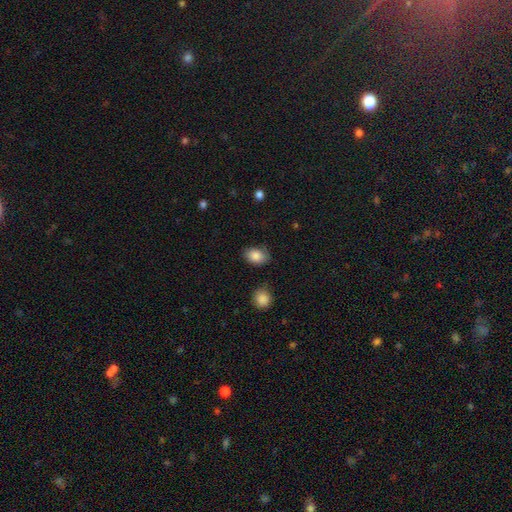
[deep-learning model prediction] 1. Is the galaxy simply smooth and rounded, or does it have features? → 85% smooth, 8% star or artifact, 7% featured or disk.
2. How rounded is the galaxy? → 80% in between, 19% round, 1% cigar-shaped.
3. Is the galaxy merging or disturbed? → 79% none, 15% minor disturbance, 3% major disturbance, 2% merger.